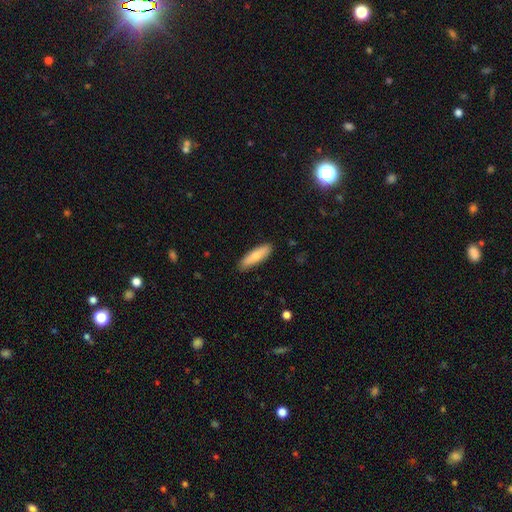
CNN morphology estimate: Smooth or featured: smooth — 73% (featured or disk — 22%)
How rounded: cigar-shaped — 60% (in between — 38%)
Merging: none — 88% (minor disturbance — 9%)